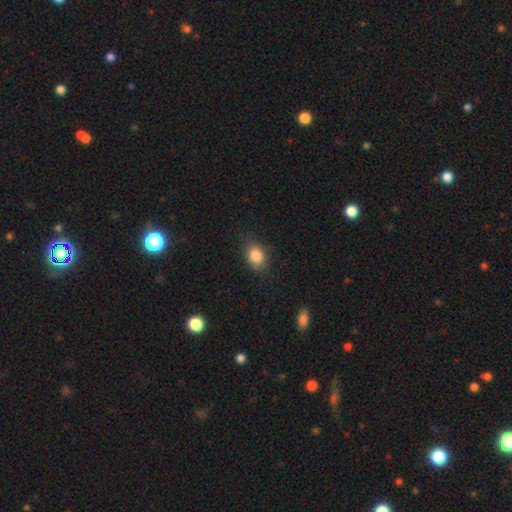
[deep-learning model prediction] smooth-or-featured: smooth: 84% | star or artifact: 9% | featured or disk: 7%
  how-rounded: in between: 67% | round: 31% | cigar-shaped: 2%
  merging: none: 80% | minor disturbance: 15% | major disturbance: 4% | merger: 1%